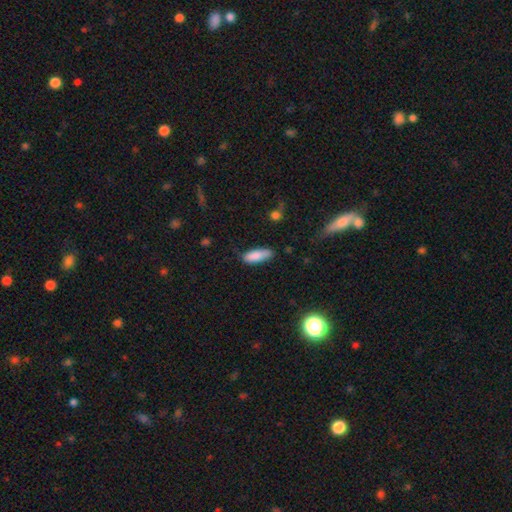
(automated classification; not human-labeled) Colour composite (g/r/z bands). It shows a smooth galaxy with no disk features (85%) that is in between round and cigar-shaped (64%). Merging: none (68%).